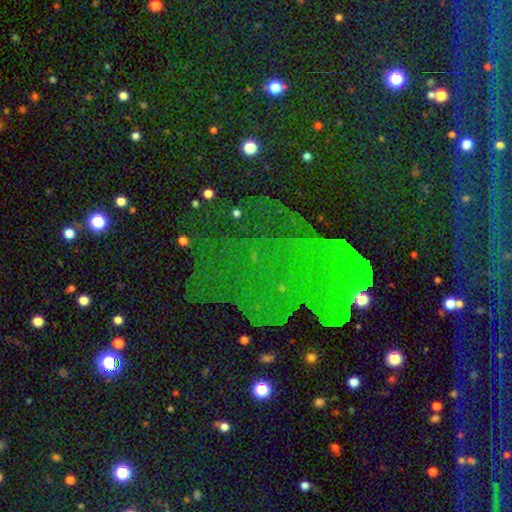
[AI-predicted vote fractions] Smooth or featured: star or artifact — 78% (smooth — 12%)